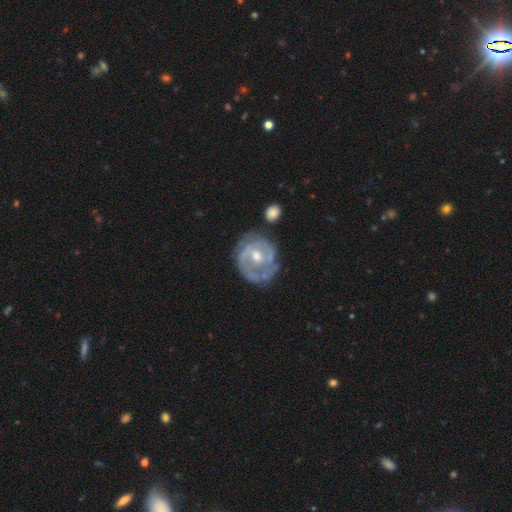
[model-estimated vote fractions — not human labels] Smooth or featured?
  - featured or disk: 81% *
  - smooth: 13%
  - star or artifact: 6%
Edge-on disk?
  - no: 97% *
  - yes: 3%
Bar?
  - no: 49% *
  - weak: 41%
  - strong: 10%
Spiral arms?
  - yes: 87% *
  - no: 13%
Spiral winding?
  - tight: 55% *
  - medium: 35%
  - loose: 11%
Spiral arm count?
  - 2: 50% *
  - can't tell: 25%
  - 3: 11%
  - 1: 9%
  - 4: 3%
  - more than 4: 3%
Bulge size?
  - moderate: 62% *
  - small: 33%
  - large: 3%
  - none: 2%
  - dominant: 1%
Merging?
  - none: 65% *
  - minor disturbance: 21%
  - major disturbance: 9%
  - merger: 5%